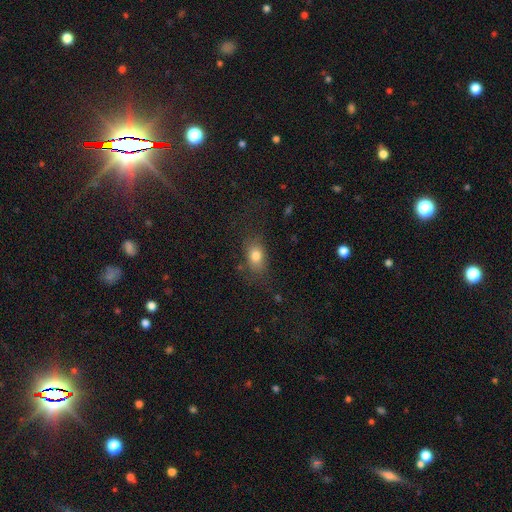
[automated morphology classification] smooth 79%, star or artifact 11%, featured or disk 11%. Down the decision tree: how rounded — in between (75%); merging — none (71%).